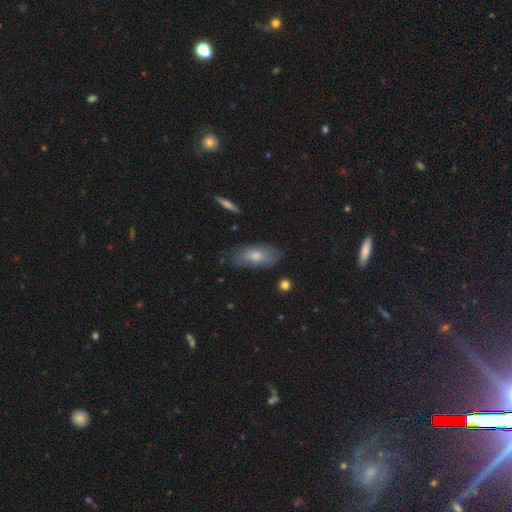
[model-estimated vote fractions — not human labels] A smooth galaxy with no disk features (68%) that is in between round and cigar-shaped (85%).

Vote fractions:
- Smooth or featured? smooth: 68% / featured or disk: 25% / star or artifact: 7%
- How rounded? in between: 85% / cigar-shaped: 12% / round: 3%
- Merging? none: 74% / minor disturbance: 20% / major disturbance: 5% / merger: 2%